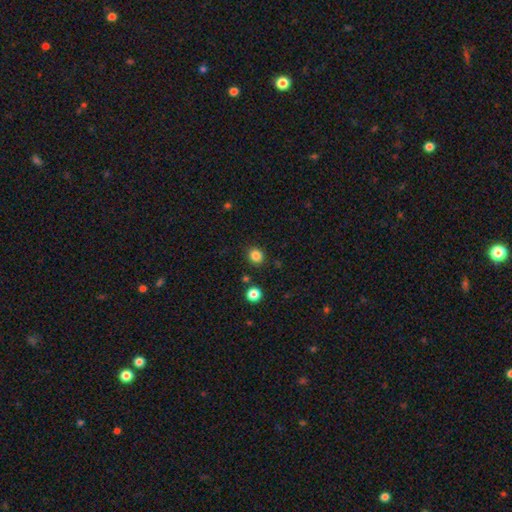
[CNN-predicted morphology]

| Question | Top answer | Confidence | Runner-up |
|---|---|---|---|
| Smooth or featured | smooth | 84% | star or artifact (12%) |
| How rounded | round | 80% | in between (19%) |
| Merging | none | 88% | minor disturbance (7%) |